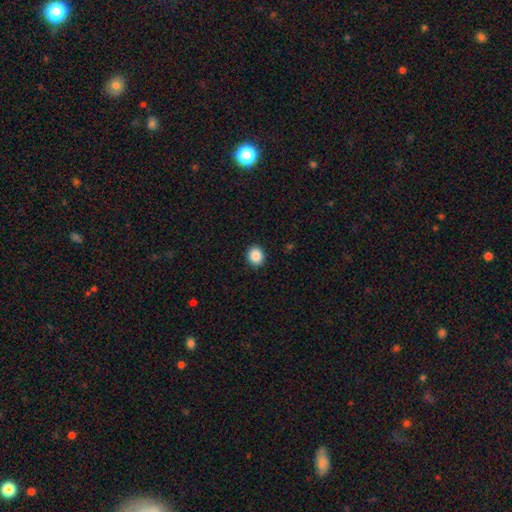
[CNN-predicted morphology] Smooth or featured?
  - smooth: 88% *
  - star or artifact: 9%
  - featured or disk: 3%
How rounded?
  - round: 76% *
  - in between: 23%
  - cigar-shaped: 1%
Merging?
  - none: 92% *
  - minor disturbance: 5%
  - major disturbance: 2%
  - merger: 1%